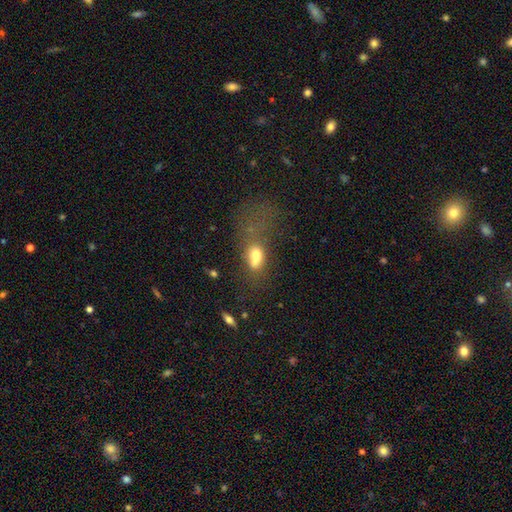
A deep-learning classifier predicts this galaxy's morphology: smooth 61%, featured or disk 24%, star or artifact 15%. Down the decision tree: how rounded — in between (76%); merging — major disturbance (44%).